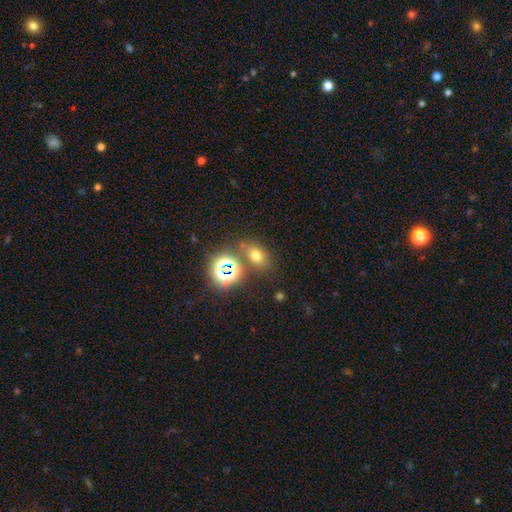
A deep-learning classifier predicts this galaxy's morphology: Smooth or featured? smooth (62%)
How rounded? in between (63%)
Merging? none (71%)